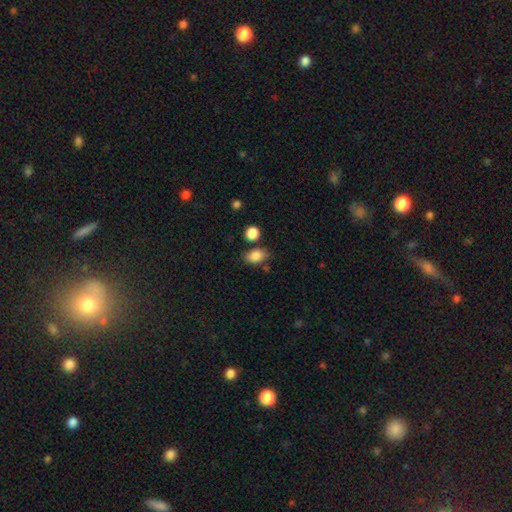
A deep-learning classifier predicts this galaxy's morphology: Smooth or featured? Predicted: smooth (p=0.85). How rounded? Predicted: in between (p=0.77). Merging? Predicted: none (p=0.71).